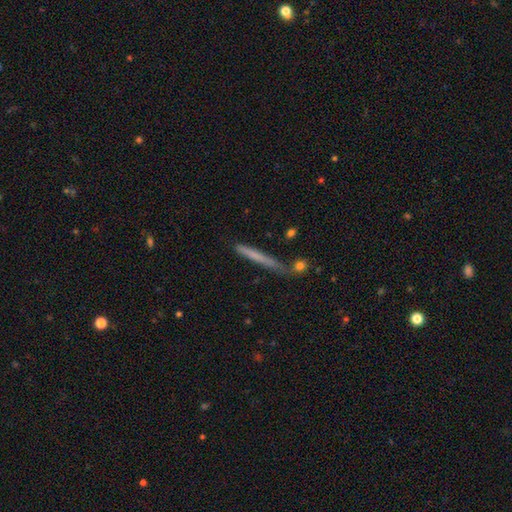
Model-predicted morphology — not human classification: A smooth galaxy with no disk features (60%) that is cigar-shaped (96%). Merging: none (67%).